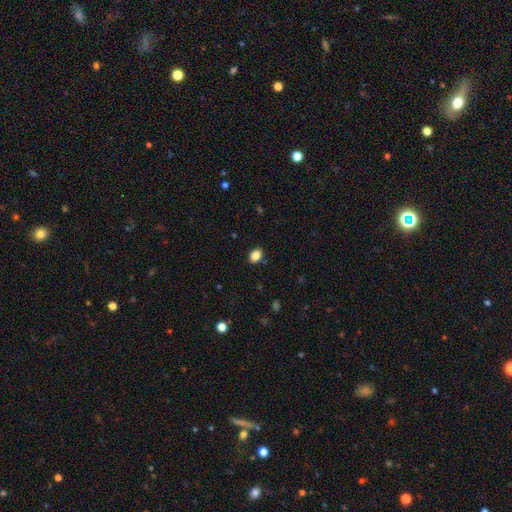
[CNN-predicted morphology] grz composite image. It shows a smooth galaxy with no disk features (86%) that is in between round and cigar-shaped (69%). Merging: none (88%).